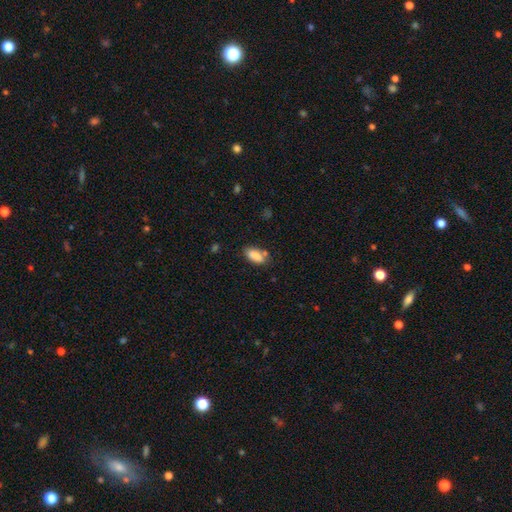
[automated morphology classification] smooth_or_featured: smooth (p=0.86) [alt: star or artifact p=0.07]
how_rounded: in between (p=0.88) [alt: cigar-shaped p=0.09]
merging: none (p=0.71) [alt: minor disturbance p=0.16]